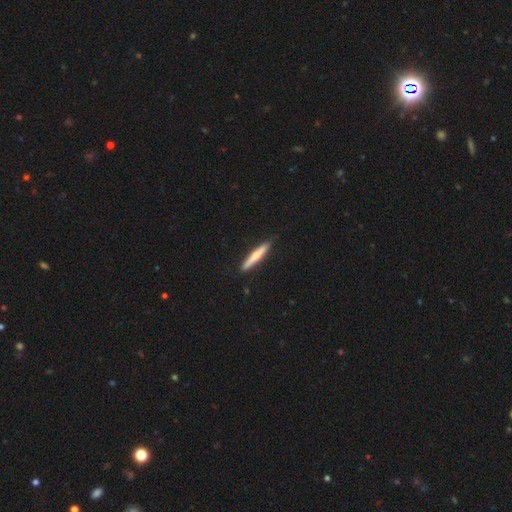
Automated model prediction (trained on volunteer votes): Smooth or featured?
  - smooth: 60% *
  - featured or disk: 35%
  - star or artifact: 5%
How rounded?
  - cigar-shaped: 94% *
  - in between: 5%
  - round: 1%
Merging?
  - none: 89% *
  - minor disturbance: 9%
  - major disturbance: 1%
  - merger: 1%